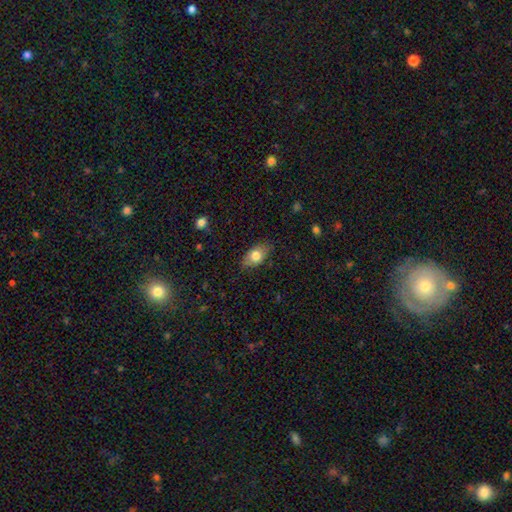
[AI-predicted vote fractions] Overall: smooth (75%). How rounded: in between (88%). Merging: none (77%).